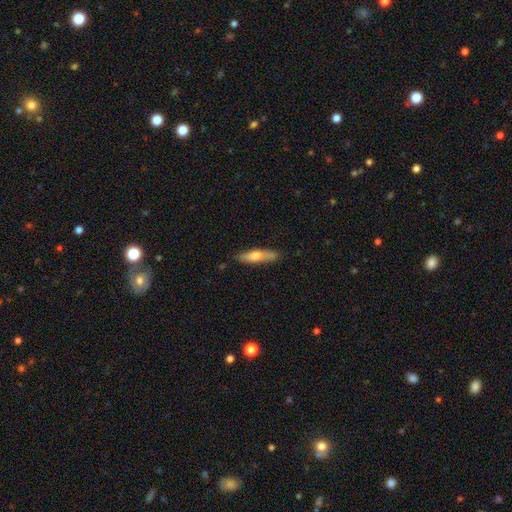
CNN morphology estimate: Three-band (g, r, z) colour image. It shows a smooth galaxy with no disk features (60%) that is cigar-shaped (77%). Merging: none (80%).